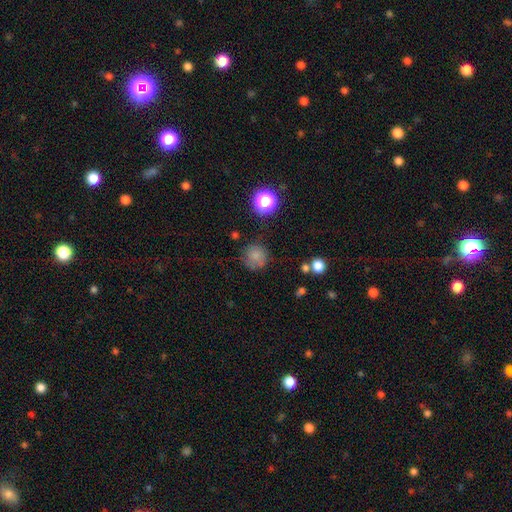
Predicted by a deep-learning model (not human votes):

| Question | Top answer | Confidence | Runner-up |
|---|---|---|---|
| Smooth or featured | smooth | 76% | star or artifact (15%) |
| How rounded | round | 90% | in between (9%) |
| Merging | none | 69% | minor disturbance (19%) |